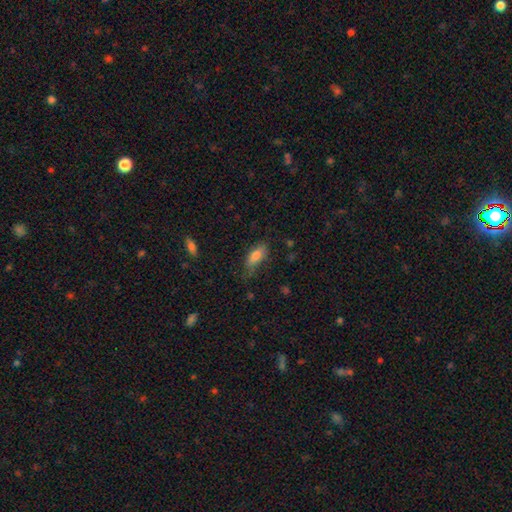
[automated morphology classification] Overall: smooth (81%). How rounded: in between (81%). Merging: none (62%; minor disturbance 27%).